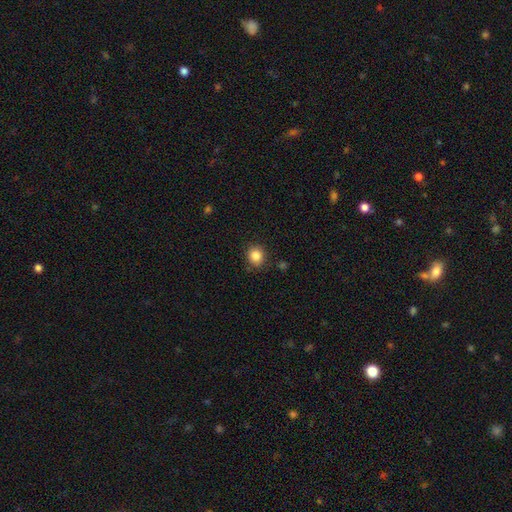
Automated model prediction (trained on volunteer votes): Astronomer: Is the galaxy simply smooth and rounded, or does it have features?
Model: smooth — 85%.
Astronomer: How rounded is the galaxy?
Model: round — 81%.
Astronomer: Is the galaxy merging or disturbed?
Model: none — 85%.